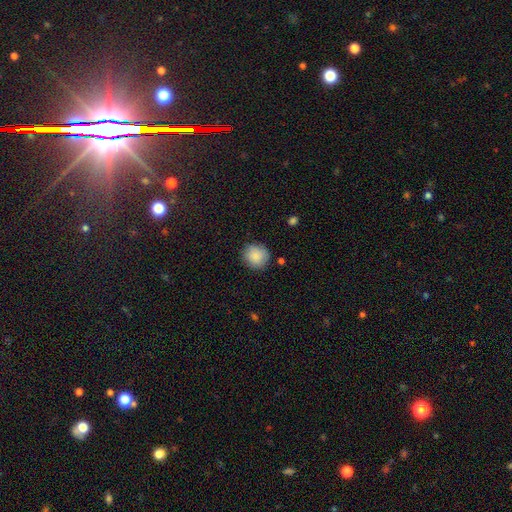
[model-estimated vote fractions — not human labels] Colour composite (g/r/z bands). It shows a smooth galaxy with no disk features (87%) that is round (91%). Merging: none (87%).